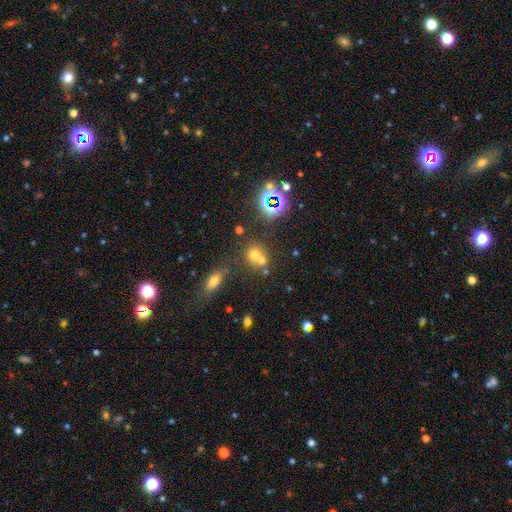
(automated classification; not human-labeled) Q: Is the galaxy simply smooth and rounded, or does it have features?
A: smooth — 59%.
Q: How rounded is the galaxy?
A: round — 75%.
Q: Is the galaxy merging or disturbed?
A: merger — 43%, tied with none.